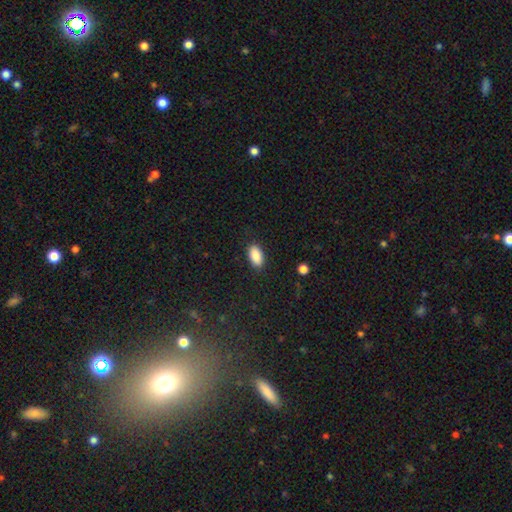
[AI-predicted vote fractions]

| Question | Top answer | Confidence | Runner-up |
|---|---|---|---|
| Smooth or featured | smooth | 89% | star or artifact (7%) |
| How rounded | in between | 93% | cigar-shaped (4%) |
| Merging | none | 88% | minor disturbance (9%) |